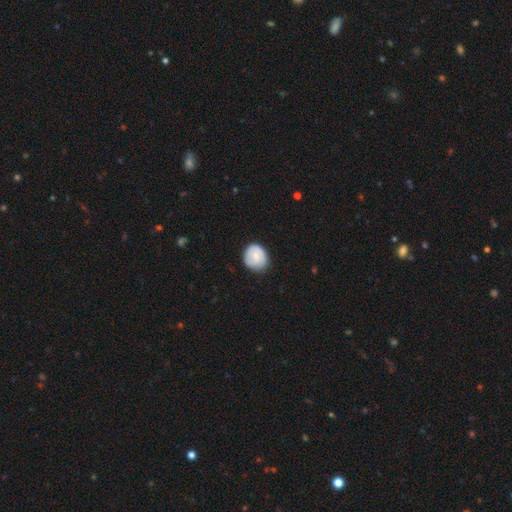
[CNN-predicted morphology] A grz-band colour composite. It shows a smooth galaxy with no disk features (67%) that is round (78%). Merging: none (76%).